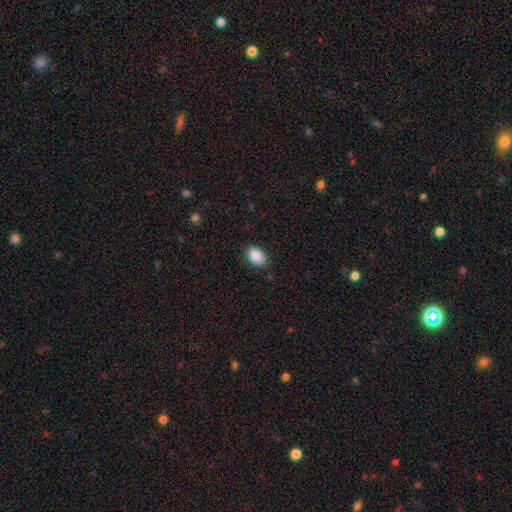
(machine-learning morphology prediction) Smooth or featured? smooth (89%)
How rounded? in between (85%)
Merging? none (83%)